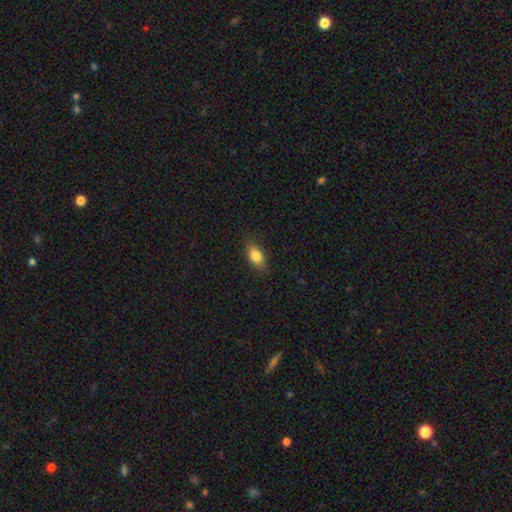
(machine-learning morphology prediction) Q: Smooth or featured?
A: smooth (83%); runner-up: featured or disk (9%)
Q: How rounded?
A: in between (86%); runner-up: cigar-shaped (7%)
Q: Merging?
A: none (85%); runner-up: minor disturbance (12%)